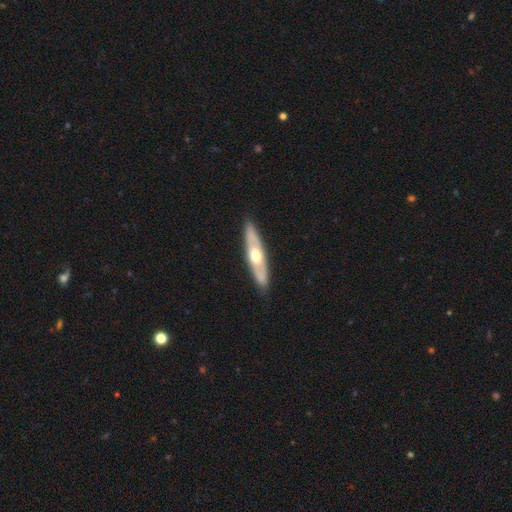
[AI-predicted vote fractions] A featured or disk galaxy (57%) viewed edge-on (62%). Merging: none (87%).